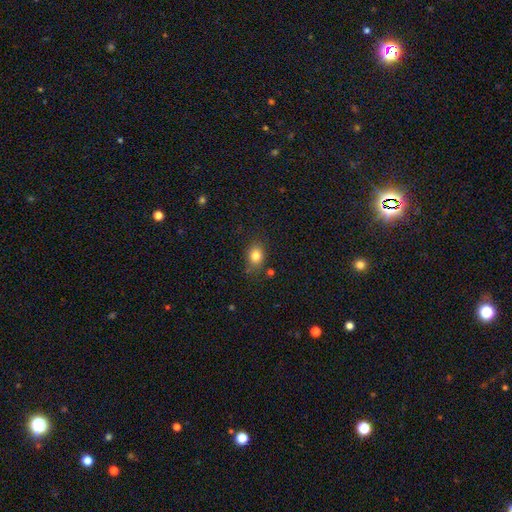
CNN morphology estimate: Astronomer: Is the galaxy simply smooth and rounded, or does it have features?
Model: smooth — 82%.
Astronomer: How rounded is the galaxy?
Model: round — 51% (runner-up: in between, 48%).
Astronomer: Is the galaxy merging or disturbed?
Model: none — 78%.